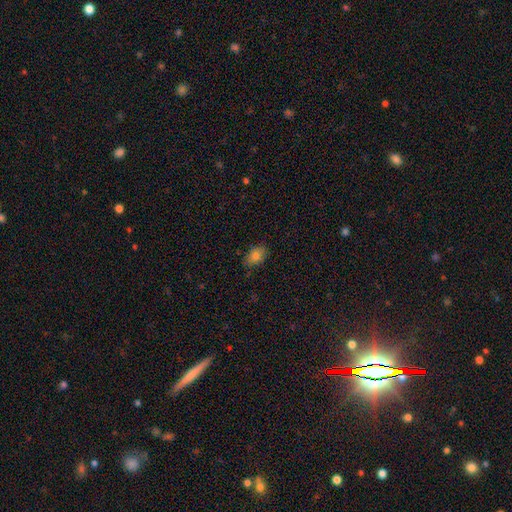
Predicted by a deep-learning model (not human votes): Smooth or featured?
  - smooth: 79% *
  - star or artifact: 11%
  - featured or disk: 10%
How rounded?
  - in between: 80% *
  - round: 19%
  - cigar-shaped: 2%
Merging?
  - none: 78% *
  - minor disturbance: 18%
  - major disturbance: 3%
  - merger: 1%